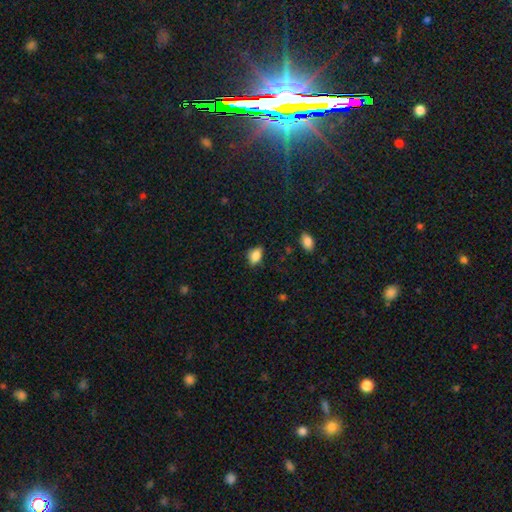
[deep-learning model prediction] This is clearly a smooth galaxy (81%). How rounded: clearly in between (82%). Merging: likely none (73%).